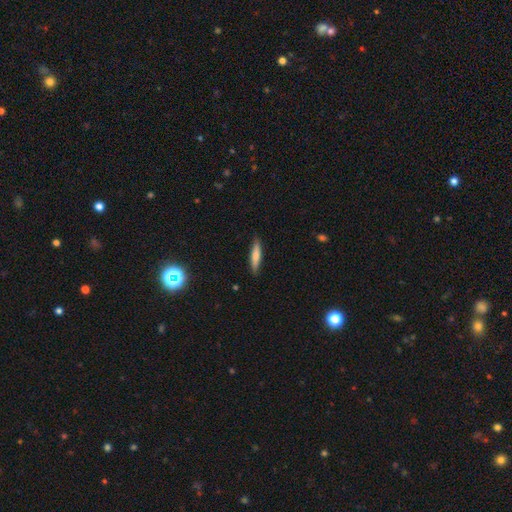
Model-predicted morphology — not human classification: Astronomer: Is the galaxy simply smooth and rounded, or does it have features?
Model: smooth — 68%.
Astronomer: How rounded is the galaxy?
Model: cigar-shaped — 83%.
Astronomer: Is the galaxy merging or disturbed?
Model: none — 87%.